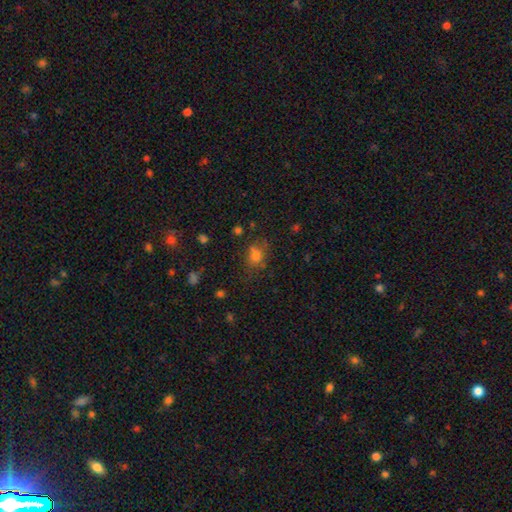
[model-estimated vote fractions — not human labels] smooth-or-featured: smooth: 69% | star or artifact: 20% | featured or disk: 11%
  how-rounded: round: 56% | in between: 42% | cigar-shaped: 2%
  merging: none: 60% | minor disturbance: 20% | merger: 12% | major disturbance: 9%